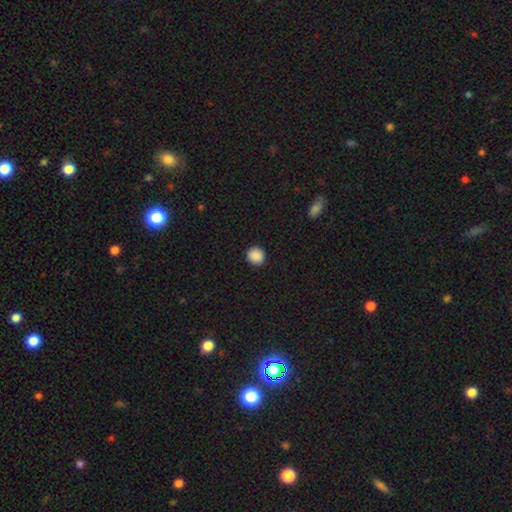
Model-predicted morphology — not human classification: This appears to be a smooth galaxy with no disk features (89%) that is round (93%). Merging: none (92%).